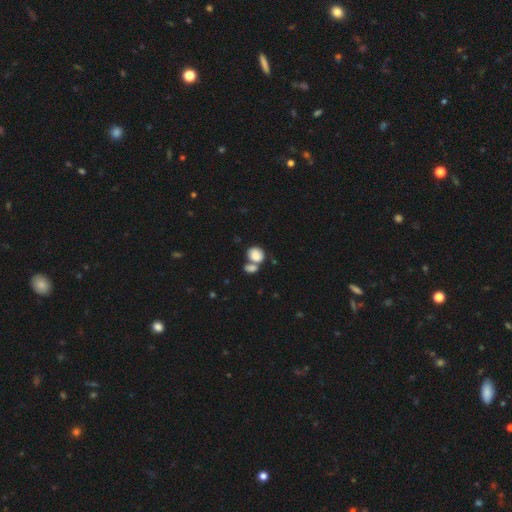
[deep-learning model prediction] The model was most divided on "merging": merger: 49%, none: 38%, minor disturbance: 9%, major disturbance: 4%. More confident: smooth or featured — smooth (84%); how rounded — round (55%).